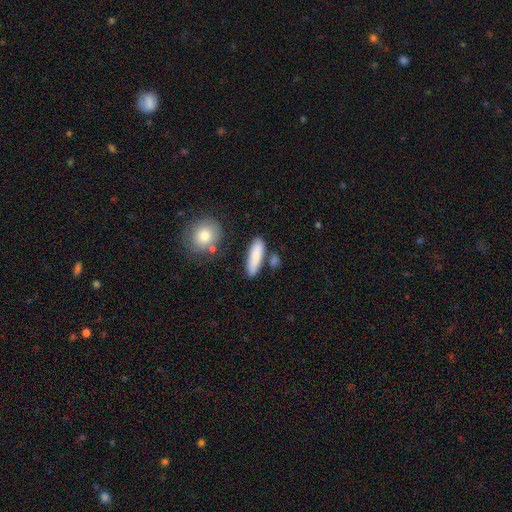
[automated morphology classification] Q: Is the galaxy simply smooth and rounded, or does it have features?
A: smooth — 85%.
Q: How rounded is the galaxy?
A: cigar-shaped — 59%.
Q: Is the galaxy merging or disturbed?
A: none — 77%.